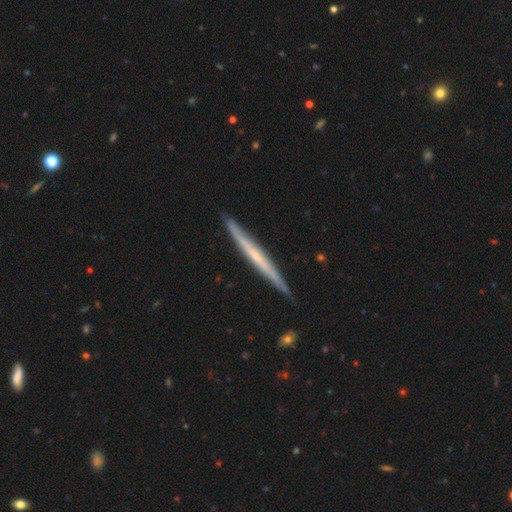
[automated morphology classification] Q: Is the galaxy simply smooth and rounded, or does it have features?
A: featured or disk — 62%.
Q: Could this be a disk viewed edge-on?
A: yes — 96%.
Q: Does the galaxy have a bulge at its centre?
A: none — 75%.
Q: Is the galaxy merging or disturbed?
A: none — 89%.